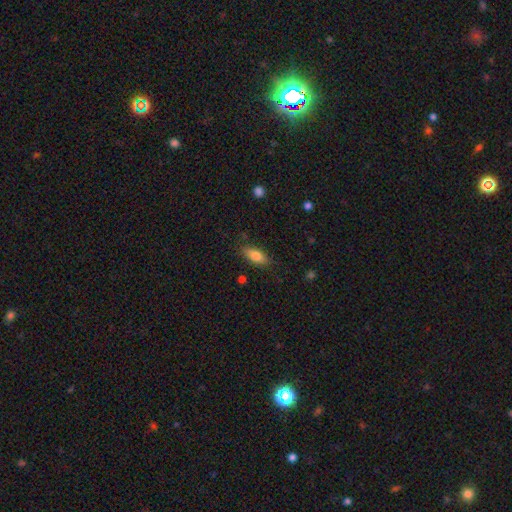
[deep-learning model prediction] Smooth or featured?
  - smooth: 79% *
  - featured or disk: 13%
  - star or artifact: 7%
How rounded?
  - in between: 80% *
  - cigar-shaped: 17%
  - round: 3%
Merging?
  - none: 83% *
  - minor disturbance: 13%
  - major disturbance: 3%
  - merger: 2%